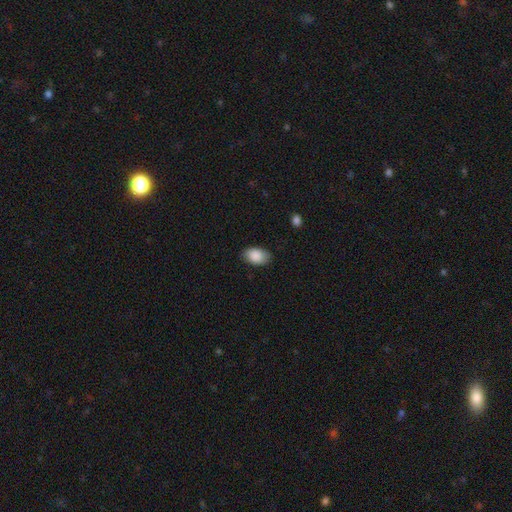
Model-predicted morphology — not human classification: Smooth or featured: smooth — 88% (star or artifact — 7%)
How rounded: in between — 90% (round — 9%)
Merging: none — 82% (minor disturbance — 14%)